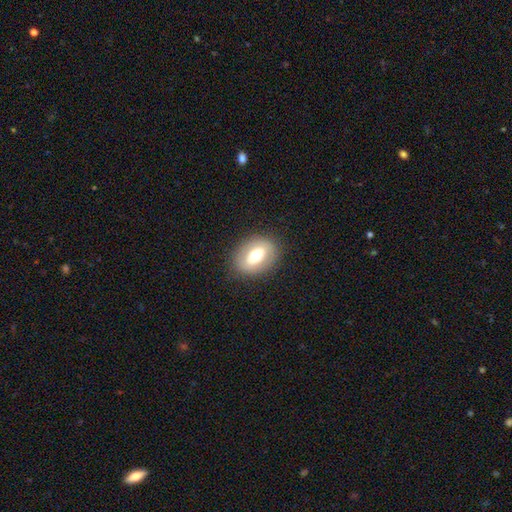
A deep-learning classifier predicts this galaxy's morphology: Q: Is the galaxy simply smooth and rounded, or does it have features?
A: smooth — 55%.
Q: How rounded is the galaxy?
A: in between — 70%.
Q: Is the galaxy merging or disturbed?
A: none — 84%.